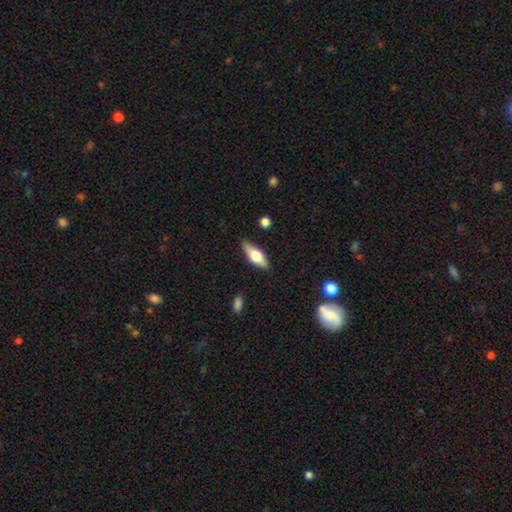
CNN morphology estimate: smooth 52%, featured or disk 42%, star or artifact 6%. Down the decision tree: how rounded — in between (66%); merging — none (84%).